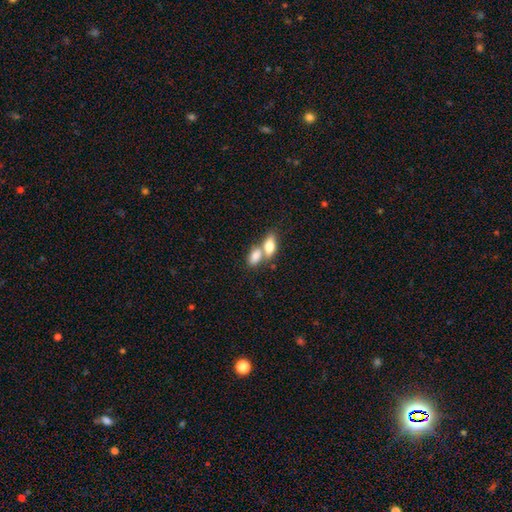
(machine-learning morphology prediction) type=smooth (77%); roundness=in between (85%); merging=merger (60%).